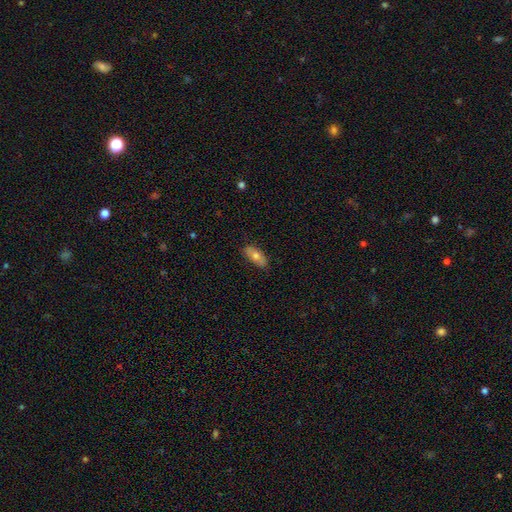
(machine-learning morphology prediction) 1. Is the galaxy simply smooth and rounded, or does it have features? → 66% smooth, 27% featured or disk, 7% star or artifact.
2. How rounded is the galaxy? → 83% in between, 13% cigar-shaped, 4% round.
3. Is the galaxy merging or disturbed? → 82% none, 14% minor disturbance, 2% major disturbance, 1% merger.